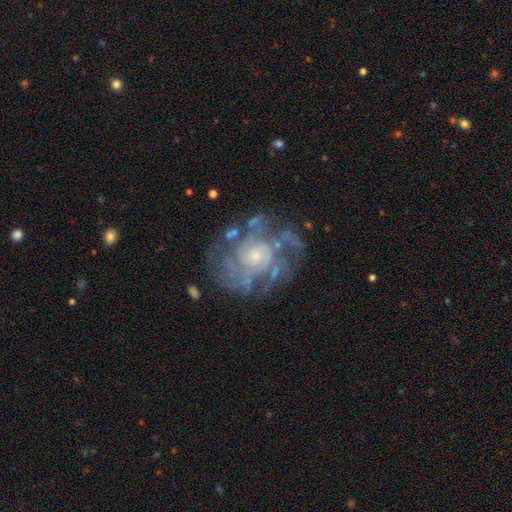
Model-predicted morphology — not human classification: The model was most divided on "spiral arm count": can't tell: 34%, 4: 21%, more than 4: 15%, 3: 14%, 2: 10%, 1: 6%. More confident: edge-on disk — no (98%); spiral arms — yes (92%); smooth or featured — featured or disk (85%); bar — no (80%); merging — none (70%); bulge size — small (67%); spiral winding — tight (60%).